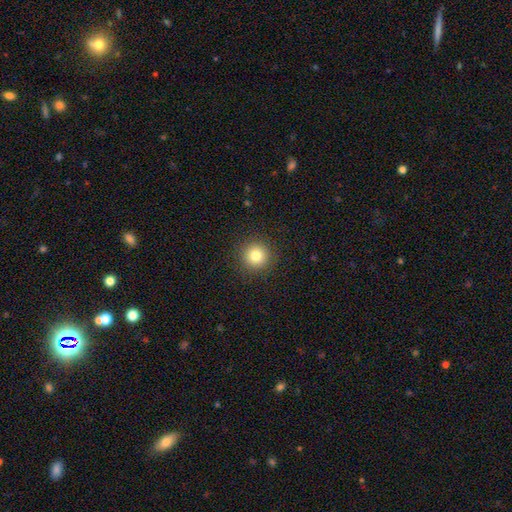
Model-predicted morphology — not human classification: smooth-or-featured: smooth: 81% | star or artifact: 12% | featured or disk: 7%
  how-rounded: round: 95% | in between: 4% | cigar-shaped: 1%
  merging: none: 92% | minor disturbance: 5% | major disturbance: 2% | merger: 1%